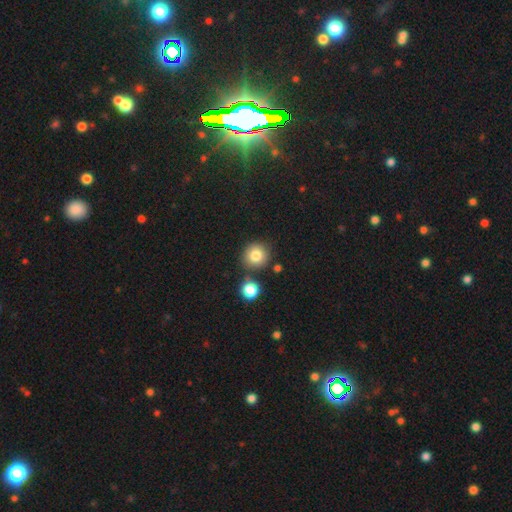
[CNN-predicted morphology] smooth-or-featured: smooth: 81% | star or artifact: 11% | featured or disk: 8%
  how-rounded: round: 92% | in between: 7% | cigar-shaped: 1%
  merging: none: 79% | merger: 9% | minor disturbance: 9% | major disturbance: 3%